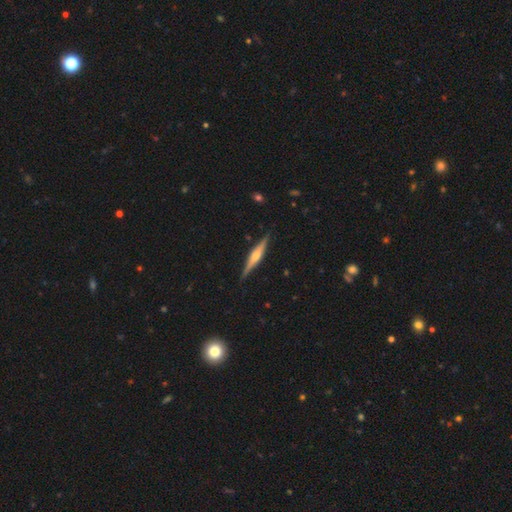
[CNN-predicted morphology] The model was most divided on "smooth or featured": featured or disk: 70%, smooth: 24%, star or artifact: 6%. More confident: edge-on disk — yes (98%); merging — none (89%); edge-on bulge — rounded (74%).